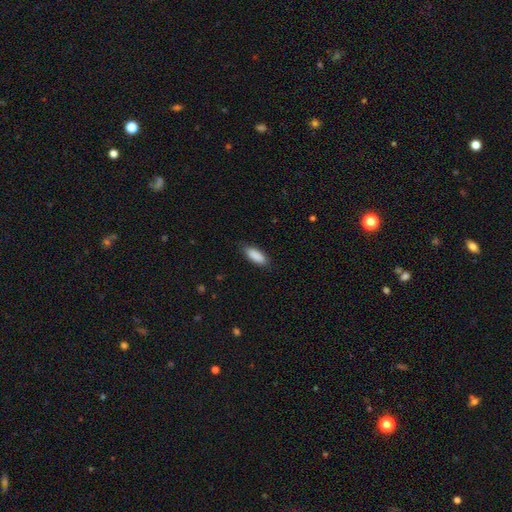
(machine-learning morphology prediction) Smooth or featured: smooth — 90% (star or artifact — 6%)
How rounded: in between — 74% (cigar-shaped — 24%)
Merging: none — 84% (minor disturbance — 12%)